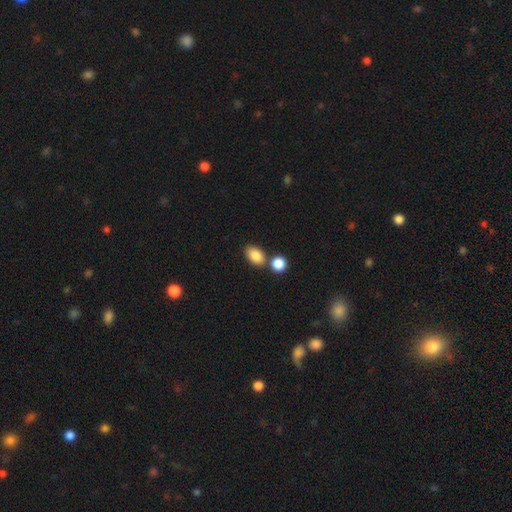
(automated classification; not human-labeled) This is clearly a smooth galaxy (87%). How rounded: clearly in between (86%). Merging: likely none (65%).